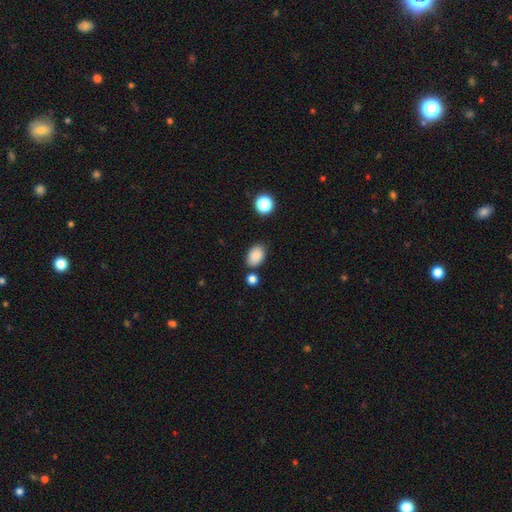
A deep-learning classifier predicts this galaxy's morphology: smooth_or_featured: smooth (p=0.87) [alt: star or artifact p=0.08]
how_rounded: in between (p=0.86) [alt: round p=0.13]
merging: none (p=0.76) [alt: minor disturbance p=0.14]